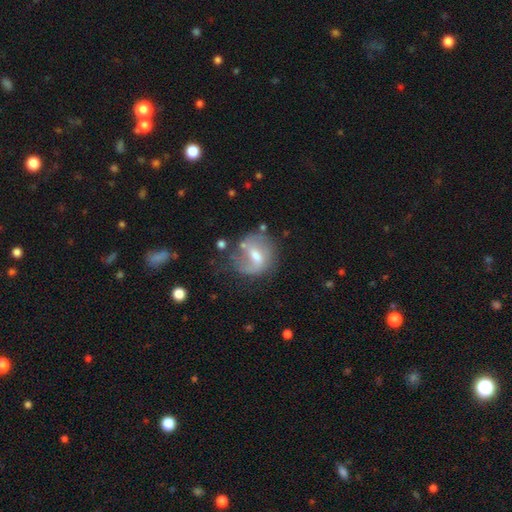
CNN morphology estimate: smooth-or-featured: featured or disk: 53% | smooth: 38% | star or artifact: 9%
  disk-edge-on: no: 96% | yes: 4%
    bar: weak: 53% | no: 28% | strong: 19%
    has-spiral-arms: yes: 62% | no: 38%
    bulge-size: moderate: 62% | small: 25% | large: 8% | none: 4% | dominant: 1%
  merging: none: 47% | minor disturbance: 26% | major disturbance: 21% | merger: 6%